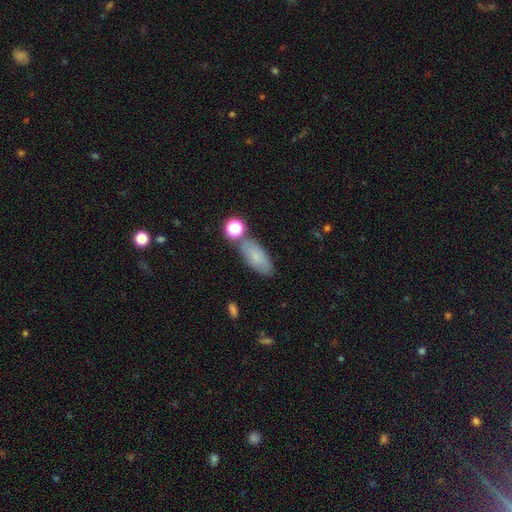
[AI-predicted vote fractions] This appears to be a smooth galaxy with no disk features (76%) that is in between round and cigar-shaped (80%). Merging: none (67%).